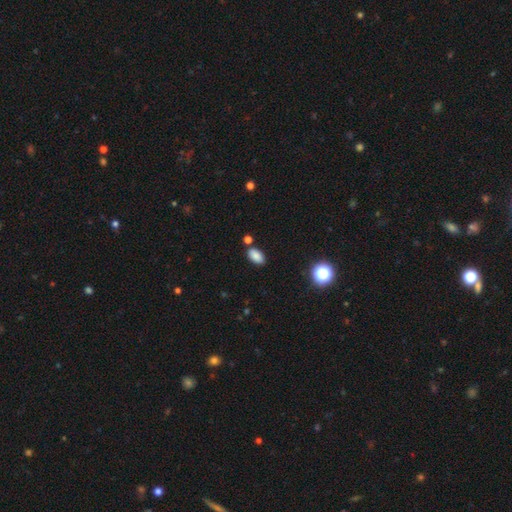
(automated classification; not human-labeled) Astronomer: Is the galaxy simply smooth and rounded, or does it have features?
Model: smooth — 84%.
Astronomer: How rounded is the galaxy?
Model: in between — 93%.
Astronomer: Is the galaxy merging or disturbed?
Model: none — 79%.